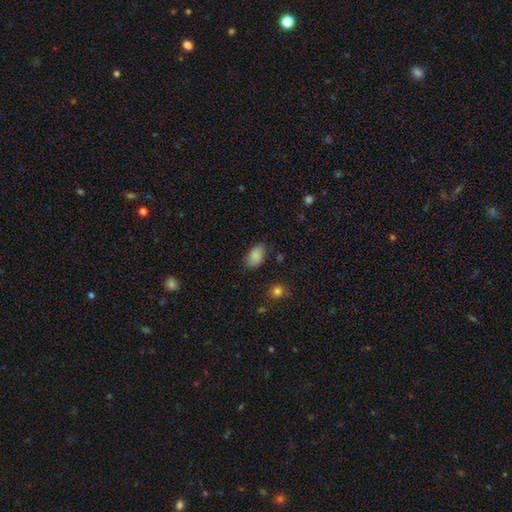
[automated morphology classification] A smooth galaxy with no disk features (86%) that is in between round and cigar-shaped (91%). Merging: none (70%).